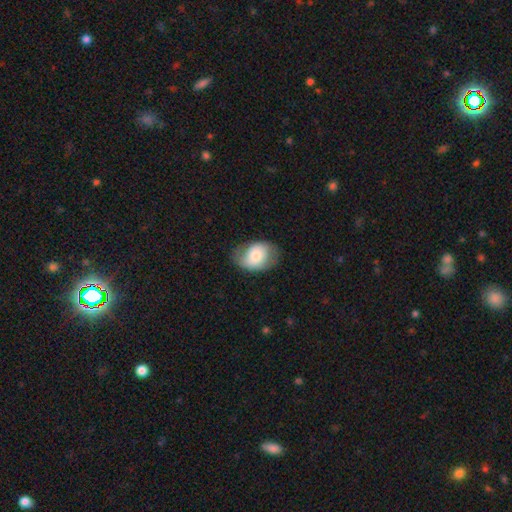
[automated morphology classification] A smooth galaxy with no disk features (68%) that is in between round and cigar-shaped (74%).

Vote fractions:
- Smooth or featured? smooth: 68% / featured or disk: 25% / star or artifact: 7%
- How rounded? in between: 74% / round: 25% / cigar-shaped: 1%
- Merging? none: 64% / minor disturbance: 25% / major disturbance: 10% / merger: 1%